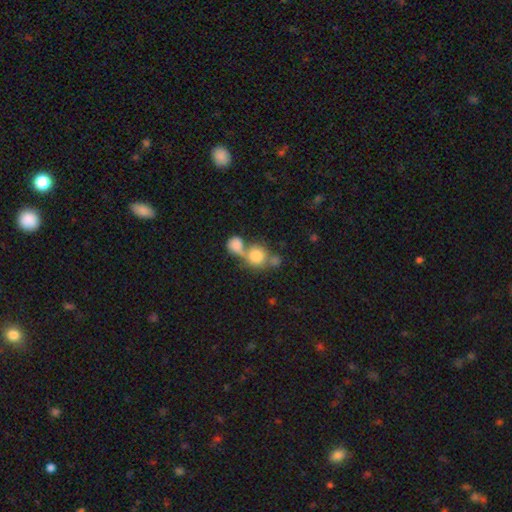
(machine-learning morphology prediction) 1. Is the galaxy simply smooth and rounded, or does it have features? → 78% smooth, 13% featured or disk, 8% star or artifact.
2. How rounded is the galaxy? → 79% round, 19% in between, 2% cigar-shaped.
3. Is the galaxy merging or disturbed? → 59% merger, 28% none, 7% minor disturbance, 6% major disturbance.